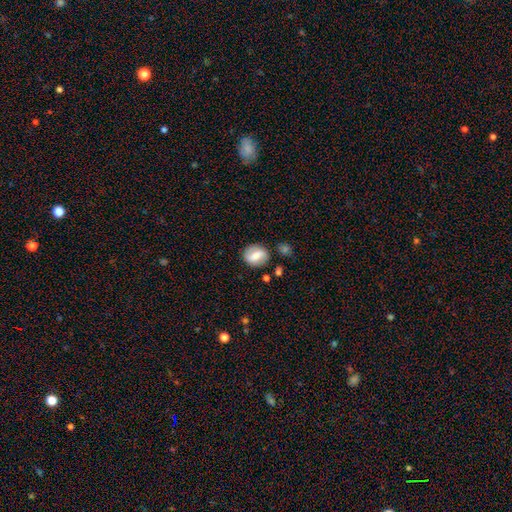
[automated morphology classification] A smooth galaxy with no disk features (55%) that is round (55%).

Vote fractions:
- Smooth or featured? smooth: 55% / featured or disk: 37% / star or artifact: 7%
- How rounded? round: 55% / in between: 43% / cigar-shaped: 2%
- Merging? none: 80% / minor disturbance: 13% / merger: 4% / major disturbance: 4%